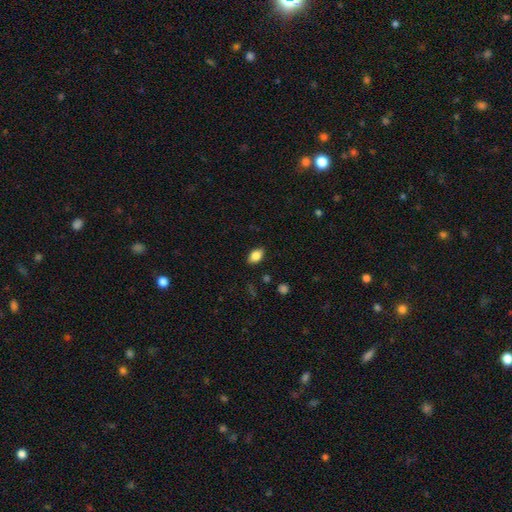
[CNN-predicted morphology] type=smooth (82%); roundness=in between (86%); merging=none (86%).